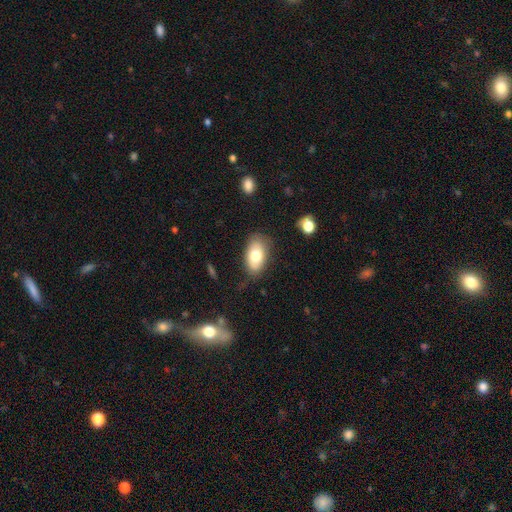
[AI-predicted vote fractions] Smooth or featured: smooth — 75% (featured or disk — 18%)
How rounded: in between — 92% (round — 6%)
Merging: none — 76% (minor disturbance — 17%)